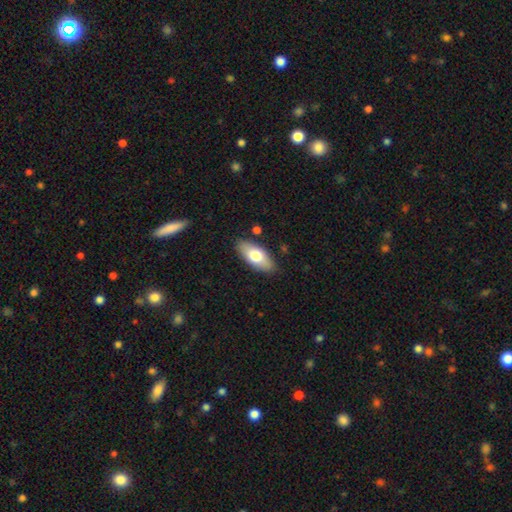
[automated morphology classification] Smooth or featured? Predicted: smooth (p=0.69). How rounded? Predicted: in between (p=0.87). Merging? Predicted: none (p=0.86).